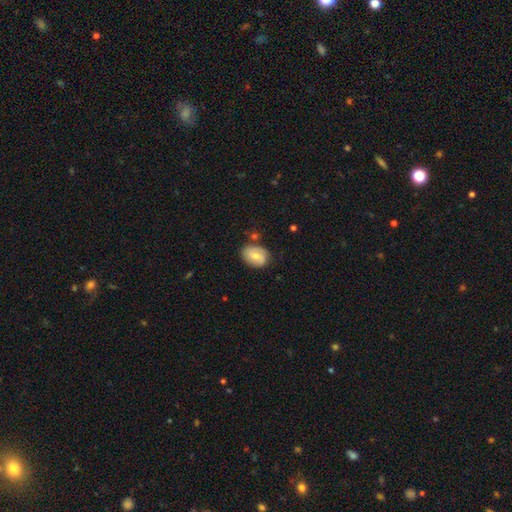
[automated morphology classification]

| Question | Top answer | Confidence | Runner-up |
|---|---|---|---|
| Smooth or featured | smooth | 51% | featured or disk (42%) |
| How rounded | in between | 60% | round (38%) |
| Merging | none | 73% | minor disturbance (19%) |